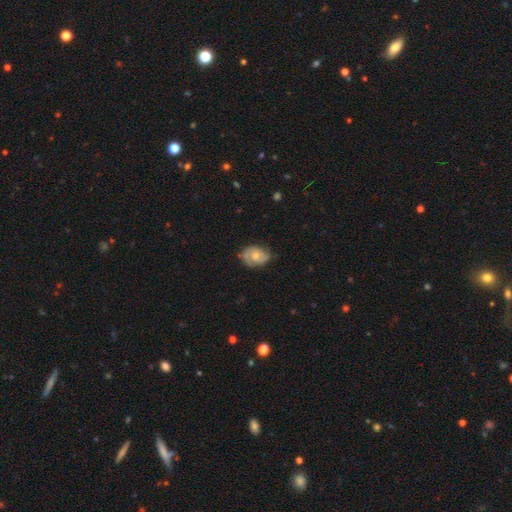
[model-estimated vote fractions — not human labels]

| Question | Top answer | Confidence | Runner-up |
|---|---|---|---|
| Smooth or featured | featured or disk | 62% | smooth (32%) |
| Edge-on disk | no | 97% | yes (3%) |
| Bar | no | 68% | weak (28%) |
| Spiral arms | yes | 86% | no (14%) |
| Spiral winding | tight | 46% | medium (40%) |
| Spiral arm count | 2 | 63% | can't tell (19%) |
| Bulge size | moderate | 44% | small (43%) |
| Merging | none | 64% | minor disturbance (26%) |